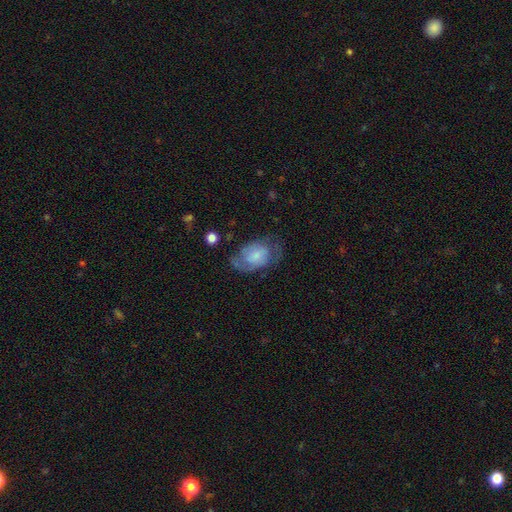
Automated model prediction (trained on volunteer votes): This is possibly a featured or disk galaxy (50%). It is clearly not viewed edge-on (96%). Merging: possibly none (53%).